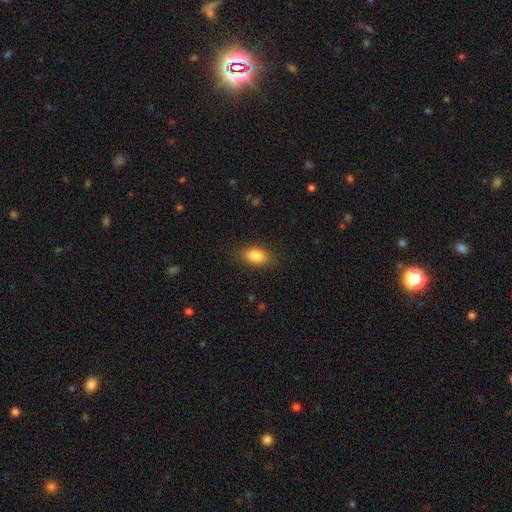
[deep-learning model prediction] smooth_or_featured: smooth (p=0.84) [alt: featured or disk p=0.08]
how_rounded: in between (p=0.88) [alt: round p=0.08]
merging: none (p=0.86) [alt: minor disturbance p=0.10]